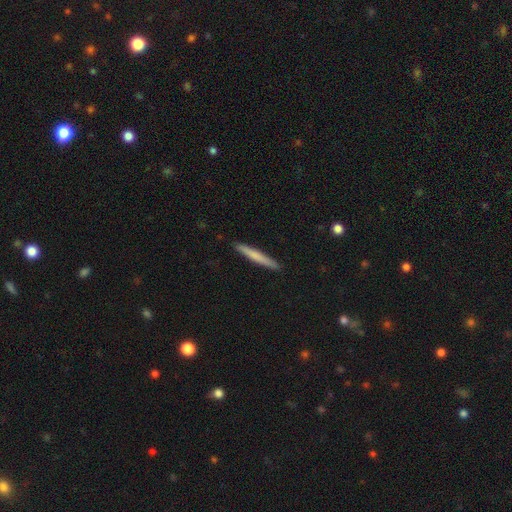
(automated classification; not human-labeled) Smooth or featured? smooth (68%)
How rounded? cigar-shaped (97%)
Merging? none (92%)